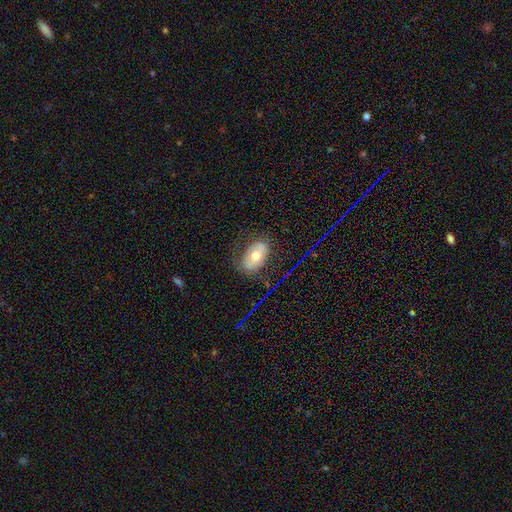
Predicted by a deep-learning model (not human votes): This appears to be a smooth galaxy with no disk features (56%) that is in between round and cigar-shaped (87%). Merging: none (71%).